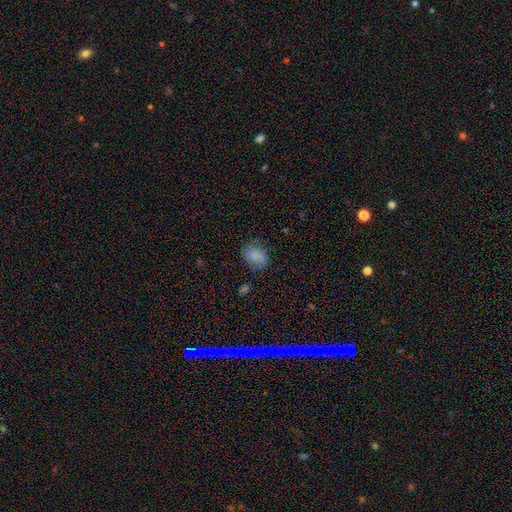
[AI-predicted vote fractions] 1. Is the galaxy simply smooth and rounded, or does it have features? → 83% smooth, 9% featured or disk, 8% star or artifact.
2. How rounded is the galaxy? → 69% in between, 30% round, 1% cigar-shaped.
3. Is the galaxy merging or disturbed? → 74% none, 20% minor disturbance, 5% major disturbance, 2% merger.